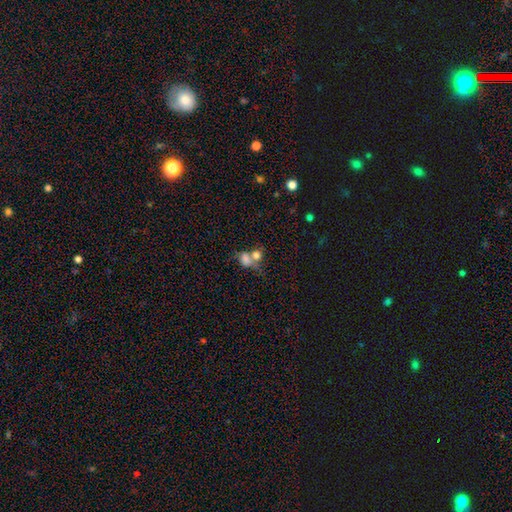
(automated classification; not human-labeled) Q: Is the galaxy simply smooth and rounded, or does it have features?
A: smooth — 72%.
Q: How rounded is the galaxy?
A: round — 55%.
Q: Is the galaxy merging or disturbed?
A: merger — 56%.